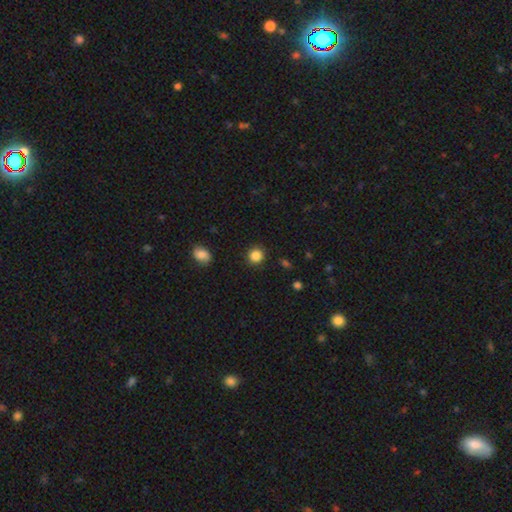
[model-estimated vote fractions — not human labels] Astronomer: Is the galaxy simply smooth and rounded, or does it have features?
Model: smooth — 85%.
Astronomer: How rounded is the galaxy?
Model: round — 90%.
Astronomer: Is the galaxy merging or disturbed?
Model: none — 90%.